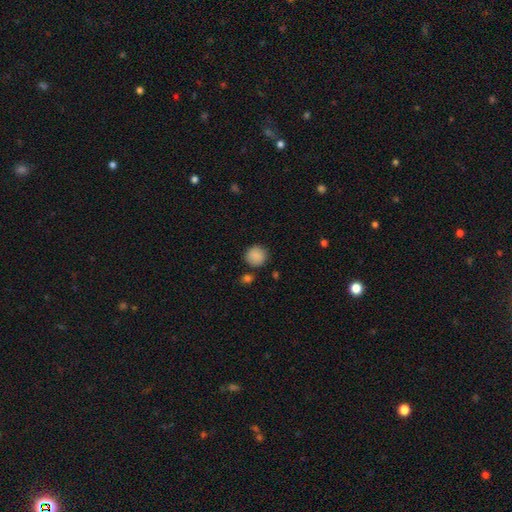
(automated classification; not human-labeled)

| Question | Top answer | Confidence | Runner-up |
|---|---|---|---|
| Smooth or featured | smooth | 87% | star or artifact (8%) |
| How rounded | round | 90% | in between (9%) |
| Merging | none | 83% | minor disturbance (10%) |